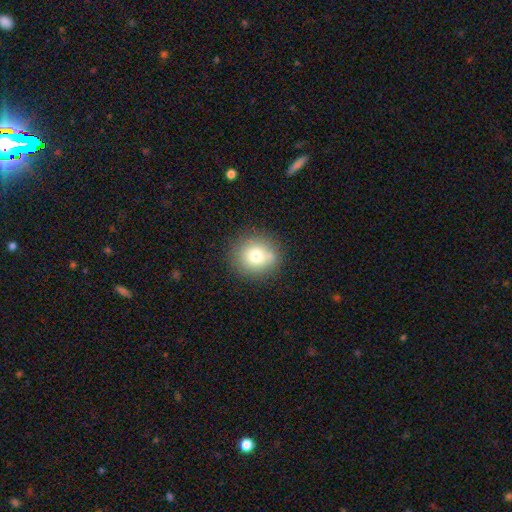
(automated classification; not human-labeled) Overall: smooth (74%). How rounded: round (87%). Merging: none (78%).